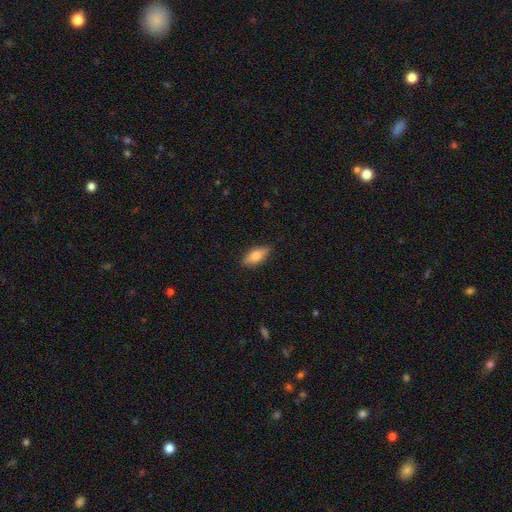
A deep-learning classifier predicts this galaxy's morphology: smooth-or-featured: smooth: 76% | featured or disk: 17% | star or artifact: 7%
  how-rounded: in between: 82% | cigar-shaped: 15% | round: 3%
  merging: none: 81% | minor disturbance: 15% | major disturbance: 3% | merger: 1%